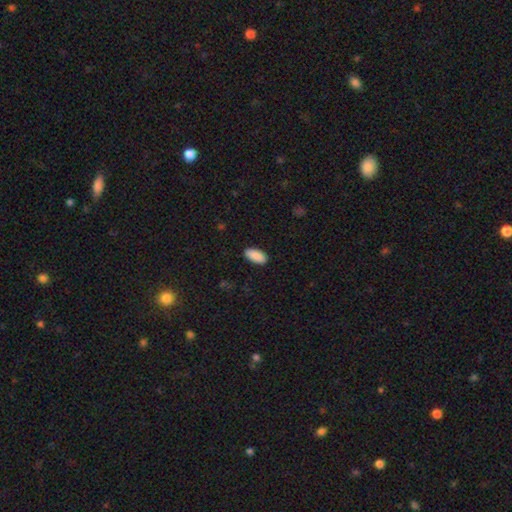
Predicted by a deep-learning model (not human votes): This appears to be a smooth galaxy with no disk features (90%) that is in between round and cigar-shaped (91%). Merging: none (89%).